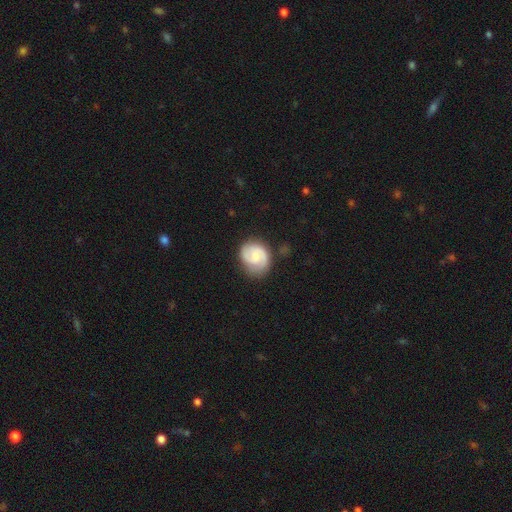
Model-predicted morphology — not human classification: Q: Smooth or featured?
A: featured or disk (65%); runner-up: smooth (30%)
Q: Edge-on disk?
A: no (98%); runner-up: yes (2%)
Q: Bar?
A: no (54%); runner-up: weak (40%)
Q: Spiral arms?
A: yes (92%); runner-up: no (8%)
Q: Spiral winding?
A: tight (43%); runner-up: medium (42%)
Q: Spiral arm count?
A: 2 (77%); runner-up: can't tell (10%)
Q: Bulge size?
A: small (46%); runner-up: moderate (41%)
Q: Merging?
A: none (72%); runner-up: minor disturbance (20%)